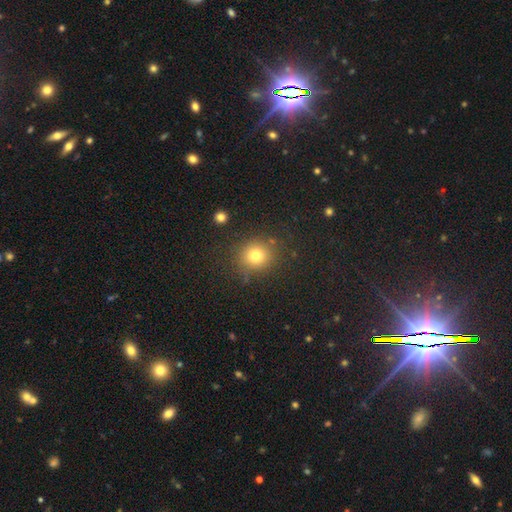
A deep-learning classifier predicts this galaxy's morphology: Overall: smooth (78%). How rounded: round (85%). Merging: none (83%).